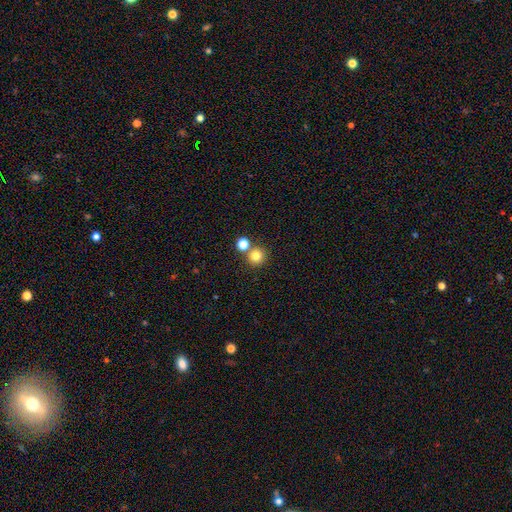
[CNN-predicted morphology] type=smooth (79%); roundness=round (94%); merging=none (71%).